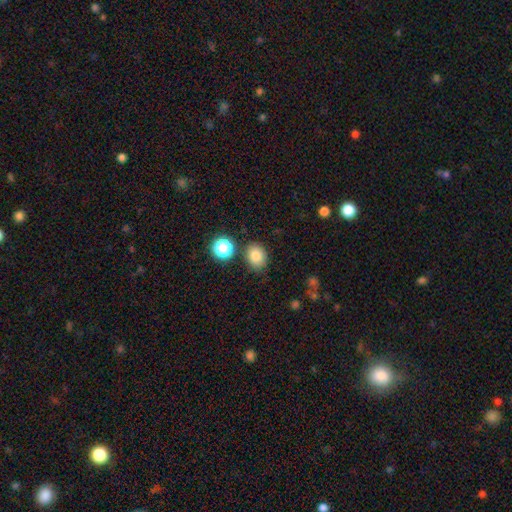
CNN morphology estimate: Smooth or featured? Predicted: smooth (p=0.81). How rounded? Predicted: in between (p=0.52). Merging? Predicted: none (p=0.80).